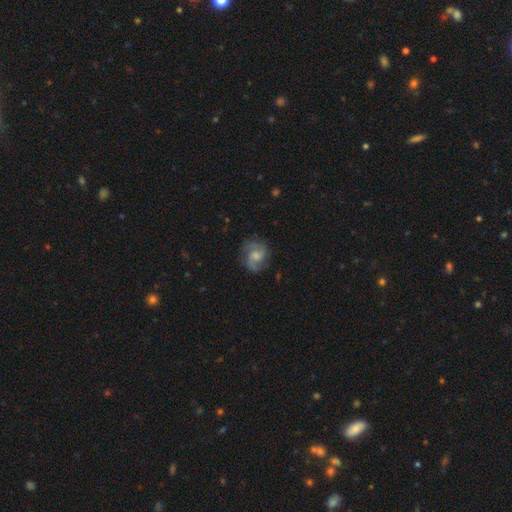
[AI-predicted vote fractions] Smooth or featured?
  - featured or disk: 72% *
  - smooth: 21%
  - star or artifact: 7%
Edge-on disk?
  - no: 98% *
  - yes: 2%
Bar?
  - no: 55% *
  - weak: 39%
  - strong: 6%
Spiral arms?
  - yes: 94% *
  - no: 6%
Spiral winding?
  - medium: 51% *
  - tight: 26%
  - loose: 23%
Spiral arm count?
  - 2: 75% *
  - 3: 9%
  - can't tell: 9%
  - 1: 3%
  - 4: 2%
  - more than 4: 2%
Bulge size?
  - moderate: 45% *
  - small: 27%
  - none: 14%
  - large: 12%
  - dominant: 2%
Merging?
  - none: 74% *
  - minor disturbance: 17%
  - major disturbance: 8%
  - merger: 1%